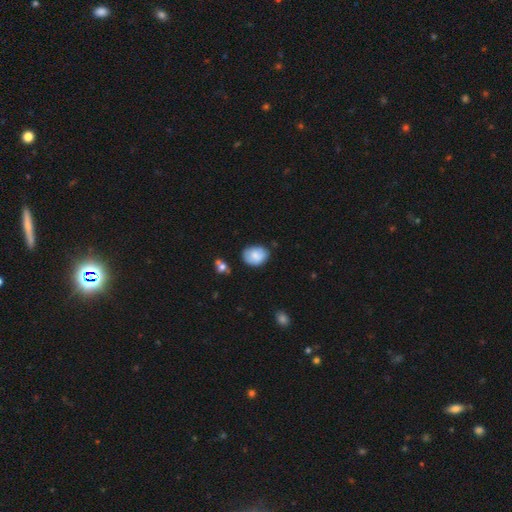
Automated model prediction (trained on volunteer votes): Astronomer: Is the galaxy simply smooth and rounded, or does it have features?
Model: smooth — 78%.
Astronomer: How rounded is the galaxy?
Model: in between — 57% (runner-up: round, 42%).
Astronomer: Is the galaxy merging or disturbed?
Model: none — 71%.